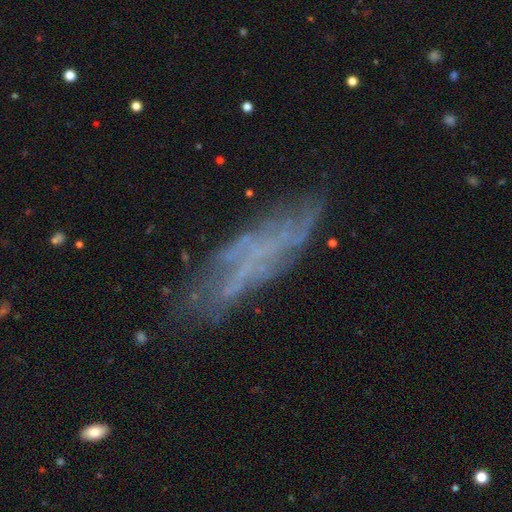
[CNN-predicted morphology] A featured or disk galaxy (56%). Merging: none (62%).